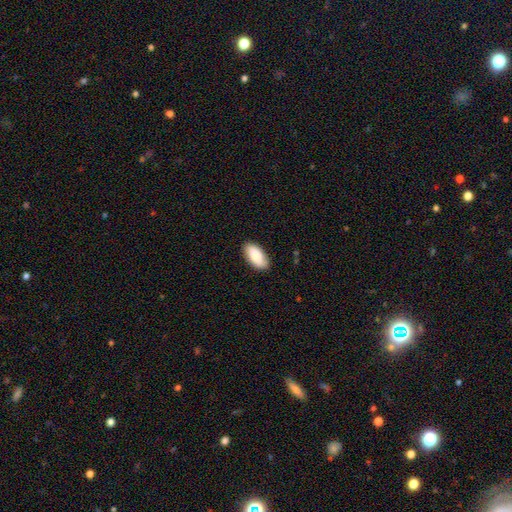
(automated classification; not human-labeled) Morphology: type=smooth (83%); roundness=in between (94%); merging=none (86%).